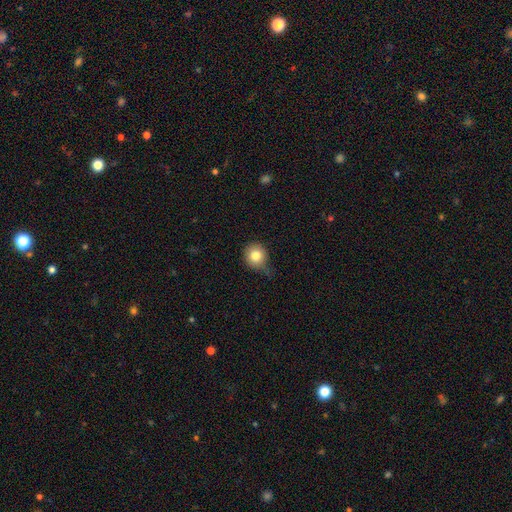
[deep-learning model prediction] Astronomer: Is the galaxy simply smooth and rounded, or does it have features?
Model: smooth — 80%.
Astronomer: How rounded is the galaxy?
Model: round — 89%.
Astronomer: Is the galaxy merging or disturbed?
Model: none — 59%.